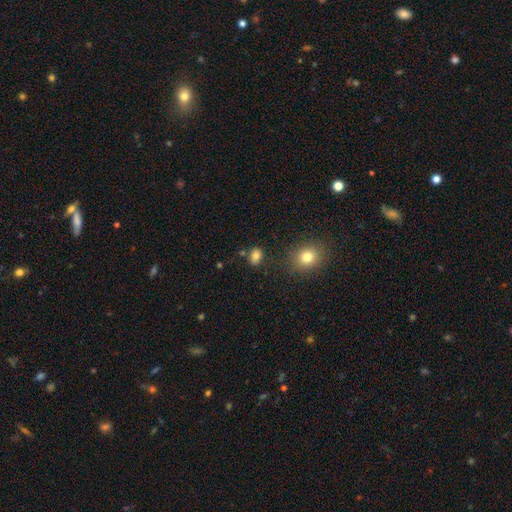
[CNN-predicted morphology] smooth_or_featured: smooth (p=0.80) [alt: star or artifact p=0.12]
how_rounded: in between (p=0.64) [alt: round p=0.34]
merging: none (p=0.75) [alt: minor disturbance p=0.14]